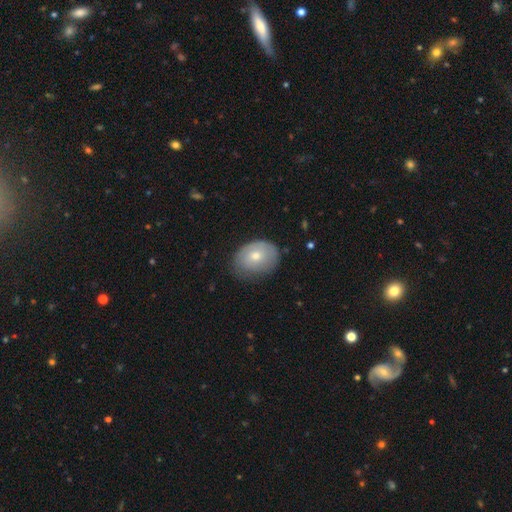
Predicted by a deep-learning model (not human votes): Morphology: type=smooth (64%); roundness=in between (66%); merging=none (63%).